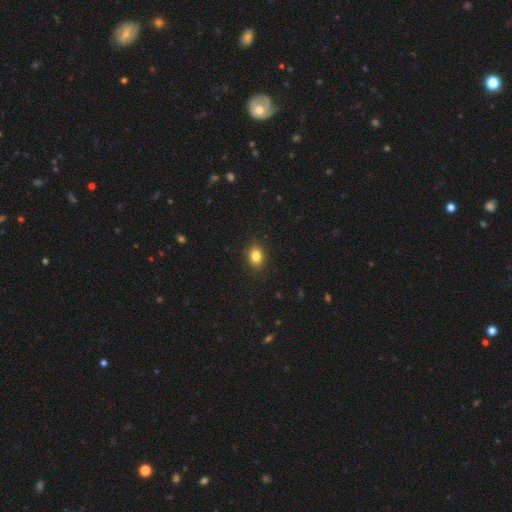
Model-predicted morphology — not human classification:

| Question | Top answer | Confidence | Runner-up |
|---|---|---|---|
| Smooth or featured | smooth | 83% | star or artifact (10%) |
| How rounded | in between | 69% | round (29%) |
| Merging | none | 88% | minor disturbance (9%) |